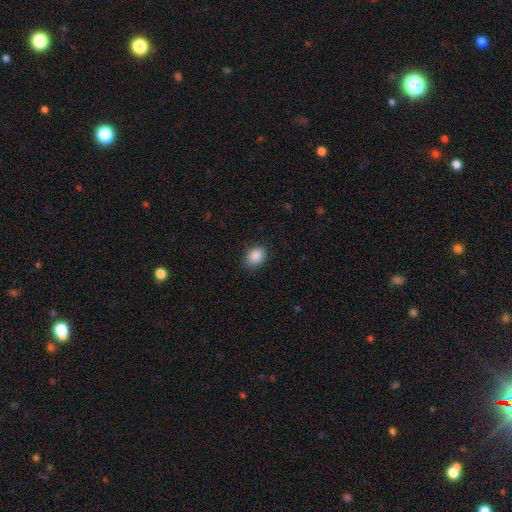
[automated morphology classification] A smooth galaxy with no disk features (88%) that is in between round and cigar-shaped (58%).

Vote fractions:
- Smooth or featured? smooth: 88% / star or artifact: 8% / featured or disk: 4%
- How rounded? in between: 58% / round: 41% / cigar-shaped: 1%
- Merging? none: 86% / minor disturbance: 10% / major disturbance: 3% / merger: 1%